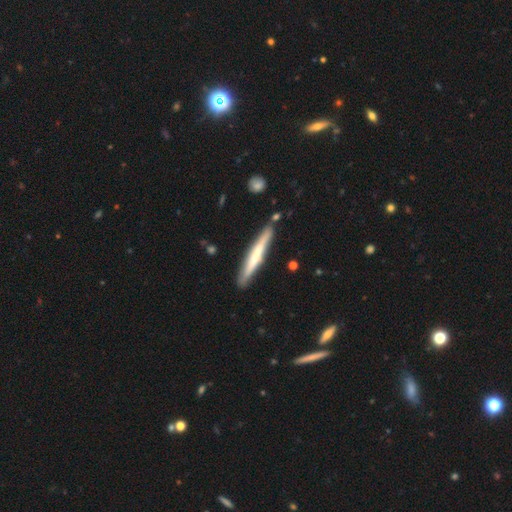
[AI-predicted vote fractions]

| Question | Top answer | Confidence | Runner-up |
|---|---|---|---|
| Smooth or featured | featured or disk | 49% | smooth (46%) |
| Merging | none | 84% | minor disturbance (11%) |